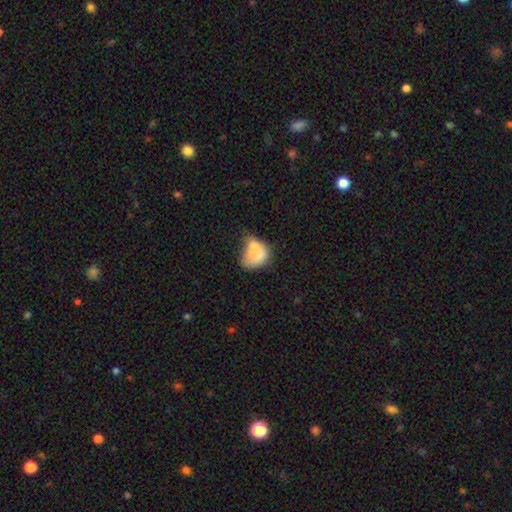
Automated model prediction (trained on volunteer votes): Smooth or featured: smooth — 70% (featured or disk — 21%)
How rounded: in between — 69% (round — 29%)
Merging: minor disturbance — 27% (merger — 26%)